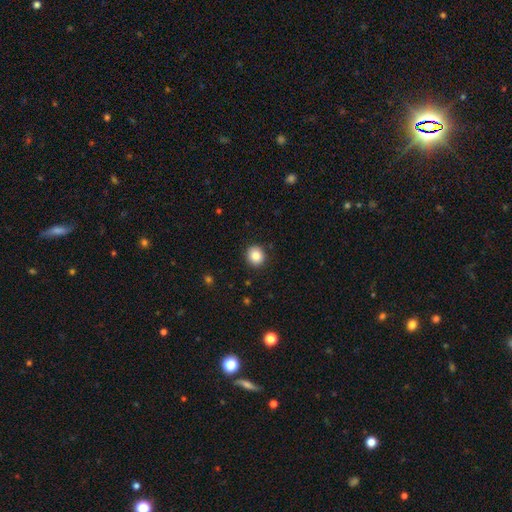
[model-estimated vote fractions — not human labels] Q: Smooth or featured?
A: smooth (85%); runner-up: star or artifact (10%)
Q: How rounded?
A: round (90%); runner-up: in between (10%)
Q: Merging?
A: none (91%); runner-up: minor disturbance (6%)